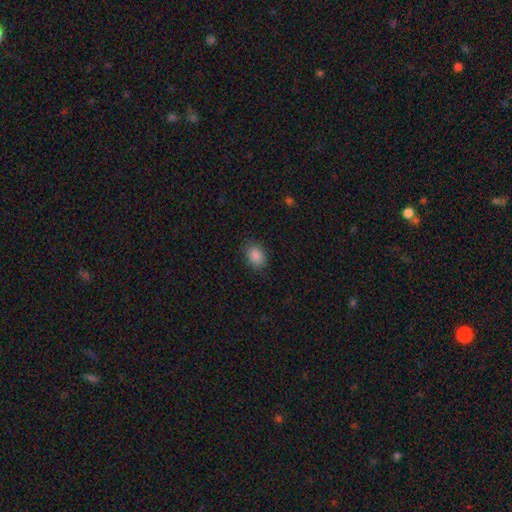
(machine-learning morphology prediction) type=smooth (88%); roundness=in between (76%); merging=none (83%).